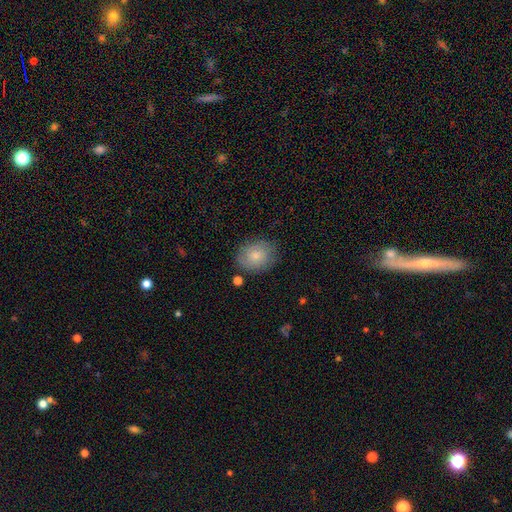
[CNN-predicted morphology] Smooth or featured? Predicted: smooth (p=0.76). How rounded? Predicted: round (p=0.51). Merging? Predicted: none (p=0.78).